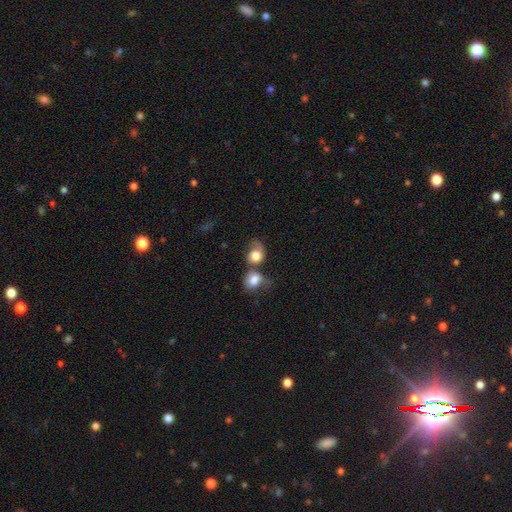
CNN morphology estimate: Overall: smooth (68%). How rounded: round (60%; in between 39%). Merging: merger (54%; none 17%).